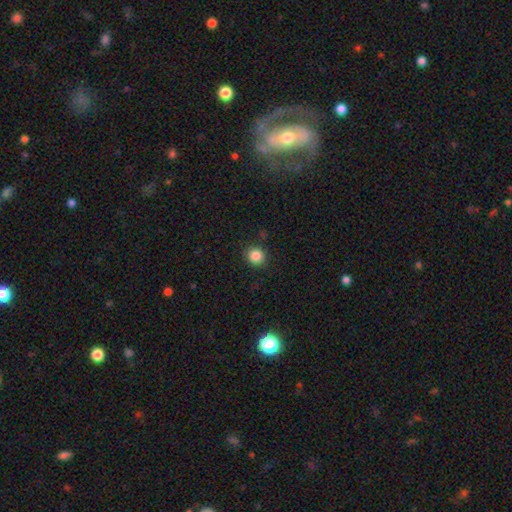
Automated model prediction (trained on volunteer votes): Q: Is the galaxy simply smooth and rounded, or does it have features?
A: smooth — 85%.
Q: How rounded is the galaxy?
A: round — 88%.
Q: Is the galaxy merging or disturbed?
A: none — 88%.